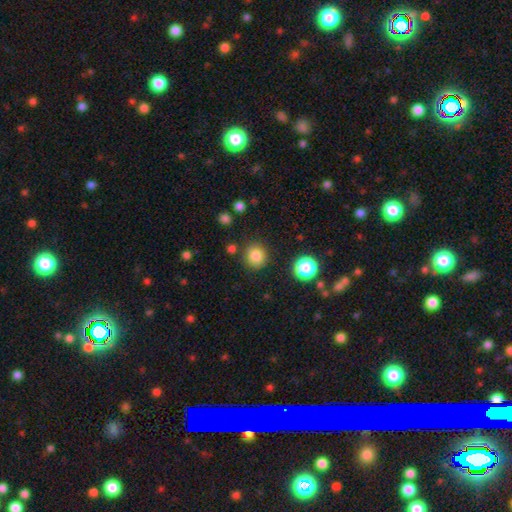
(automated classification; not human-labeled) Smooth or featured?
  - smooth: 83% *
  - star or artifact: 12%
  - featured or disk: 5%
How rounded?
  - round: 90% *
  - in between: 9%
  - cigar-shaped: 1%
Merging?
  - none: 85% *
  - minor disturbance: 8%
  - merger: 3%
  - major disturbance: 3%